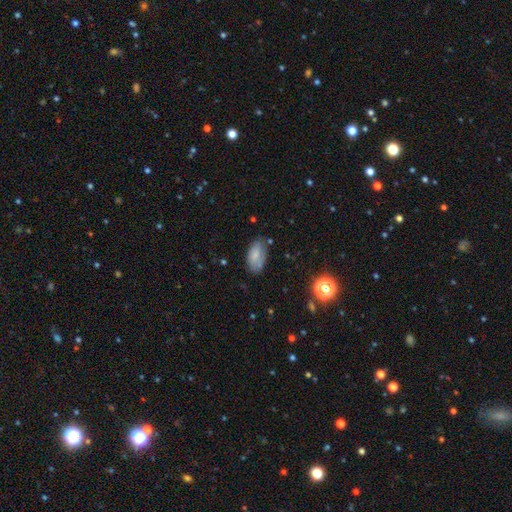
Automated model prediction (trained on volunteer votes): The model was most divided on "merging": none: 66%, minor disturbance: 25%, major disturbance: 6%, merger: 3%. More confident: how rounded — in between (93%); smooth or featured — smooth (75%).